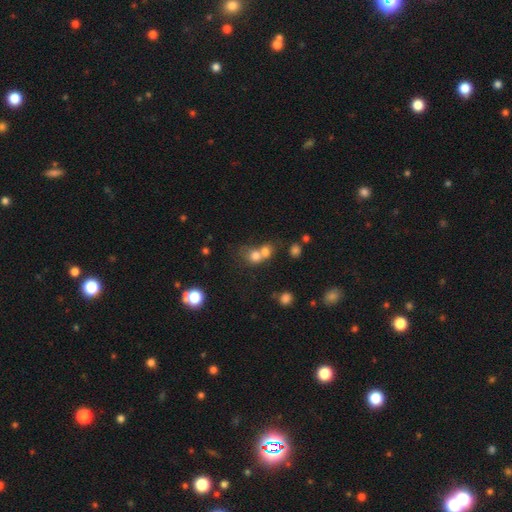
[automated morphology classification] smooth_or_featured: smooth (p=0.72) [alt: star or artifact p=0.14]
how_rounded: round (p=0.73) [alt: in between p=0.26]
merging: merger (p=0.65) [alt: none p=0.25]